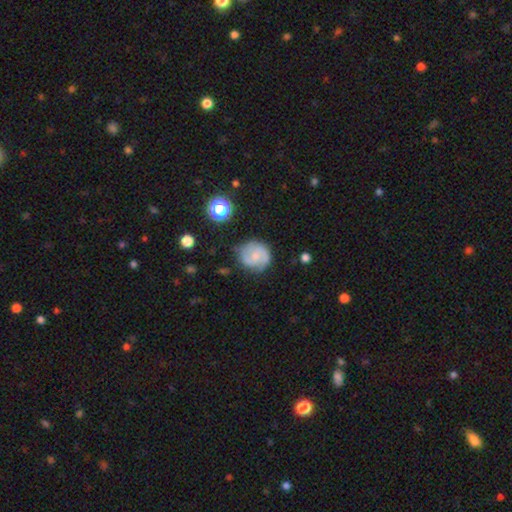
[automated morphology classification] This is likely a featured or disk galaxy (61%). It is clearly not viewed edge-on (98%). Bar: possibly no (56%). Spiral arm pattern: clearly yes (90%). Spiral arm count: likely 2 (77%). Spiral winding: possibly medium (47%). Central bulge: possibly small (52%). Merging: likely none (71%).